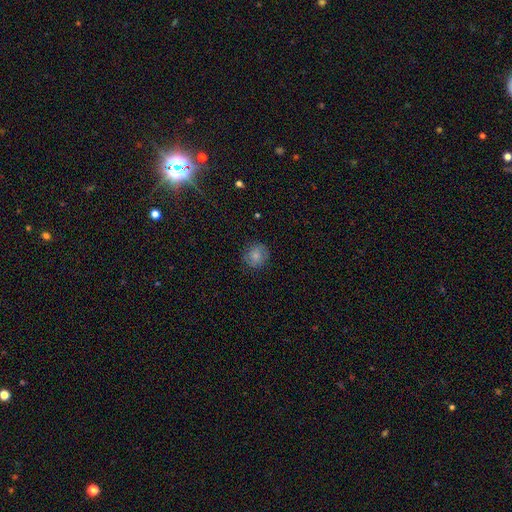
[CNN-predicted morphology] Overall: smooth (77%). How rounded: round (83%). Merging: none (81%).